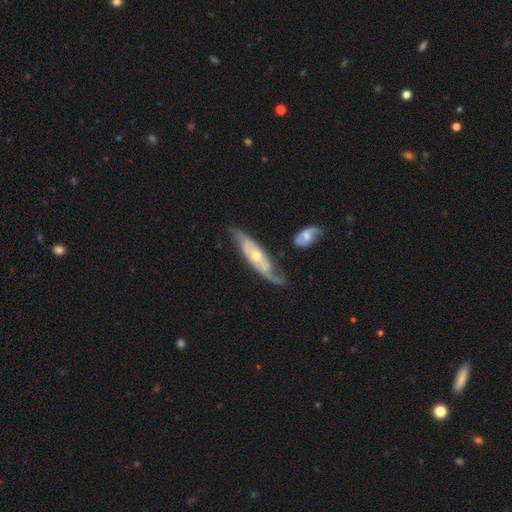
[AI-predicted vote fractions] Smooth or featured? featured or disk (79%)
Edge-on disk? no (77%)
Bar? no (71%)
Spiral arms? yes (88%)
Spiral winding? medium (38%)
Spiral arm count? 2 (73%)
Bulge size? moderate (58%)
Merging? none (60%)